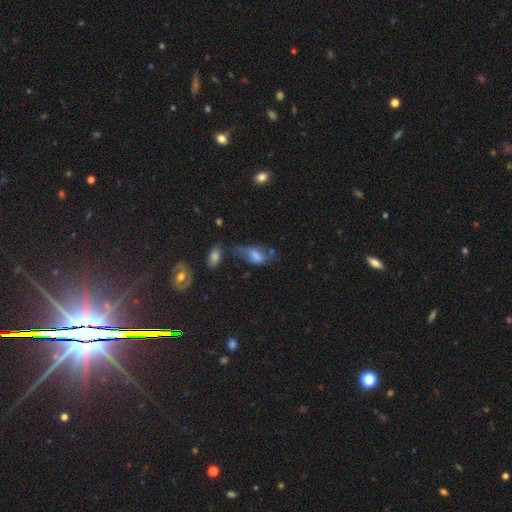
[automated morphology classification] smooth 53%, featured or disk 35%, star or artifact 12%. Down the decision tree: how rounded — in between (86%); merging — major disturbance (31%).